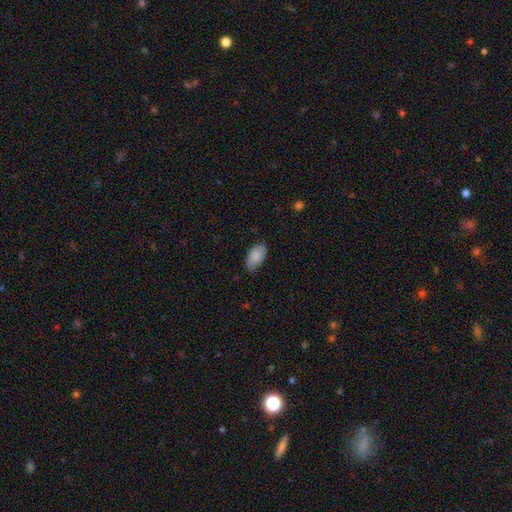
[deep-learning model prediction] Q: Smooth or featured?
A: smooth (88%); runner-up: star or artifact (6%)
Q: How rounded?
A: in between (95%); runner-up: round (3%)
Q: Merging?
A: none (77%); runner-up: minor disturbance (19%)